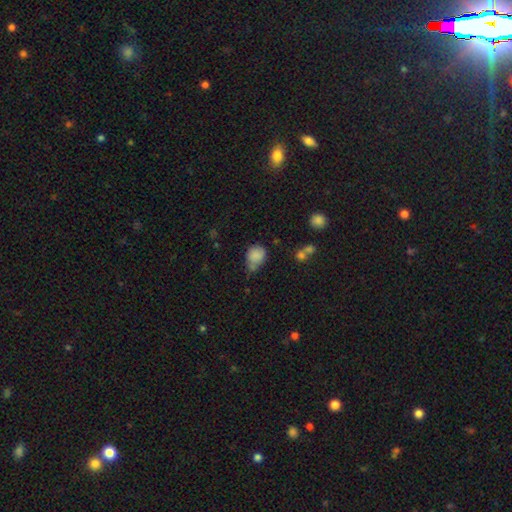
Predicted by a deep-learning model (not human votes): The model was most divided on "merging": none: 42%, minor disturbance: 35%, merger: 12%, major disturbance: 11%. More confident: smooth or featured — smooth (82%); how rounded — round (59%).